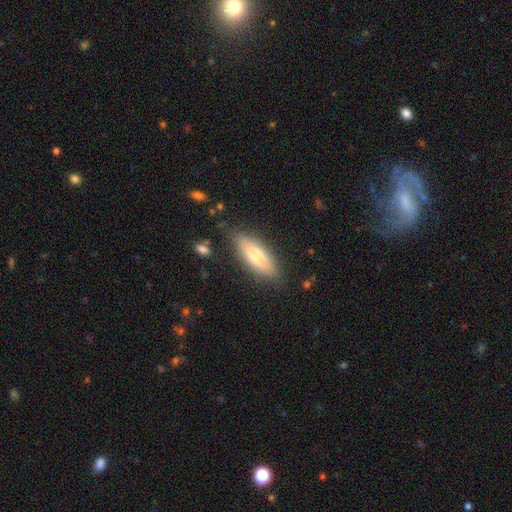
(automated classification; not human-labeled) Morphology: type=smooth (65%); roundness=in between (57%); merging=none (81%).